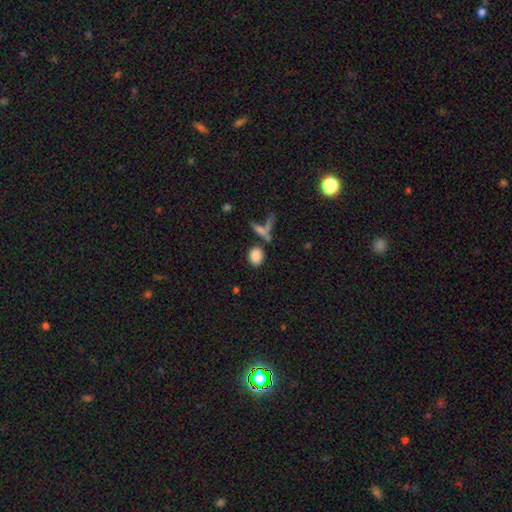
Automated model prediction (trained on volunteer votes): Overall: smooth (85%). How rounded: in between (64%; round 33%). Merging: none (67%).